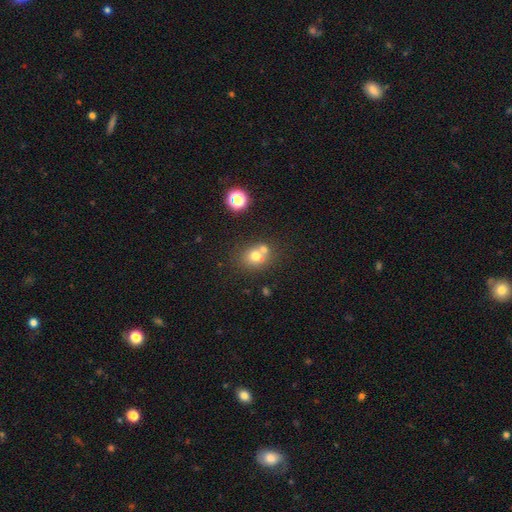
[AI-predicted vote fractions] This appears to be a smooth galaxy with no disk features (69%) that is round (70%). Merging: none (44%).